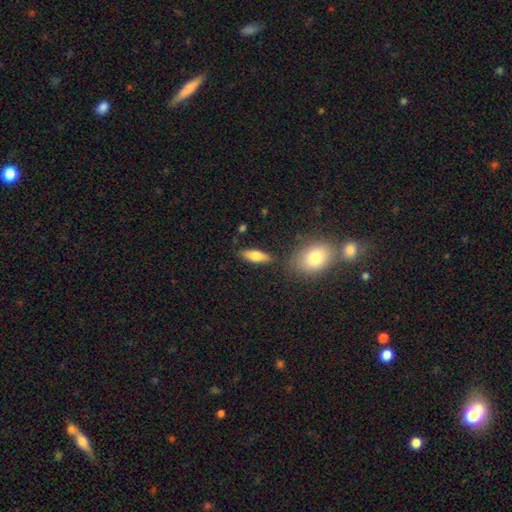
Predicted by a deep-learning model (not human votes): Smooth or featured? Predicted: smooth (p=0.74). How rounded? Predicted: in between (p=0.63). Merging? Predicted: none (p=0.81).